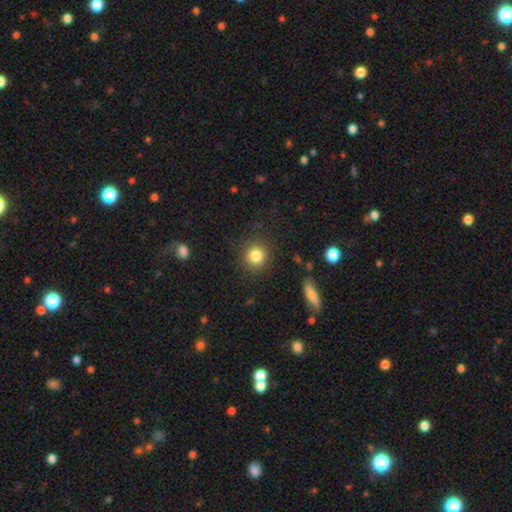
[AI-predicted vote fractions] smooth_or_featured: smooth (p=0.84) [alt: star or artifact p=0.10]
how_rounded: round (p=0.90) [alt: in between p=0.09]
merging: none (p=0.88) [alt: minor disturbance p=0.07]